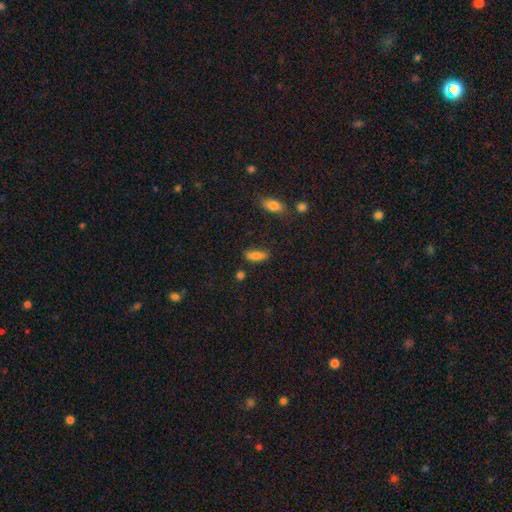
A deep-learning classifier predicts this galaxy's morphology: smooth_or_featured: smooth (p=0.78) [alt: featured or disk p=0.13]
how_rounded: in between (p=0.68) [alt: cigar-shaped p=0.29]
merging: none (p=0.73) [alt: minor disturbance p=0.18]